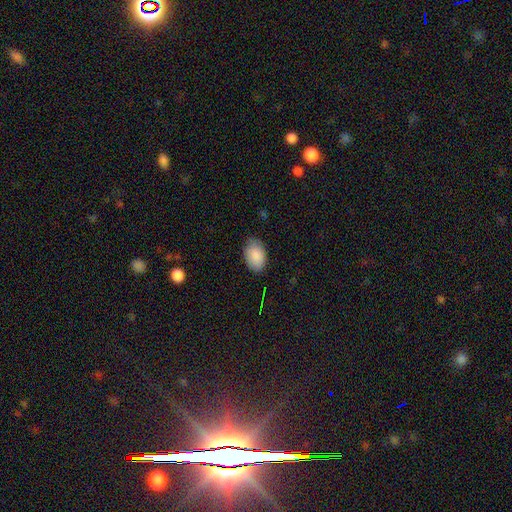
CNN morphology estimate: smooth_or_featured: smooth (p=0.88) [alt: star or artifact p=0.07]
how_rounded: in between (p=0.89) [alt: round p=0.10]
merging: none (p=0.78) [alt: minor disturbance p=0.18]